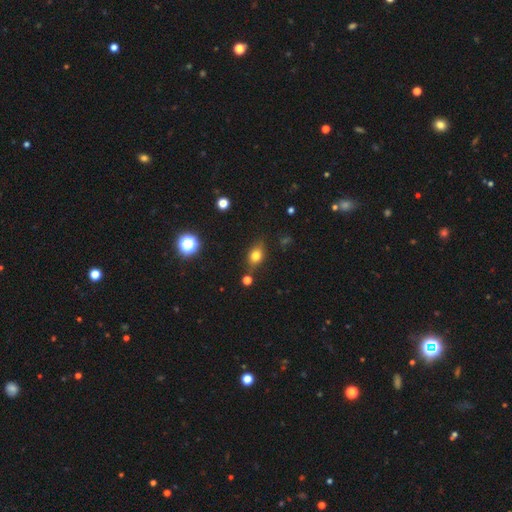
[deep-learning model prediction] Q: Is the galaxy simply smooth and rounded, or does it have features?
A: smooth — 75%.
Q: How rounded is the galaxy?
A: in between — 63%.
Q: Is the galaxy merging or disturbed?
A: none — 76%.